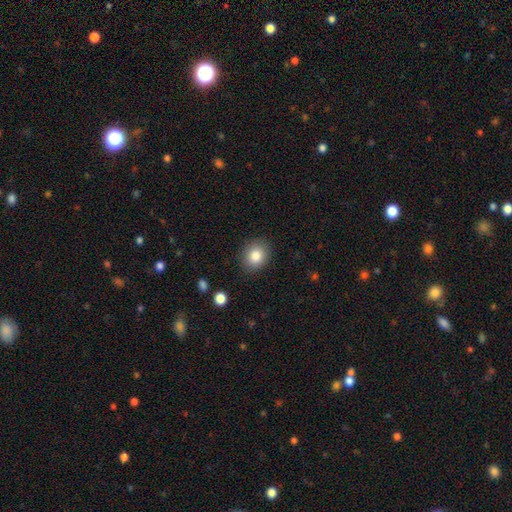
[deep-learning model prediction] smooth 84%, star or artifact 9%, featured or disk 7%. Down the decision tree: how rounded — round (63%); merging — none (87%).